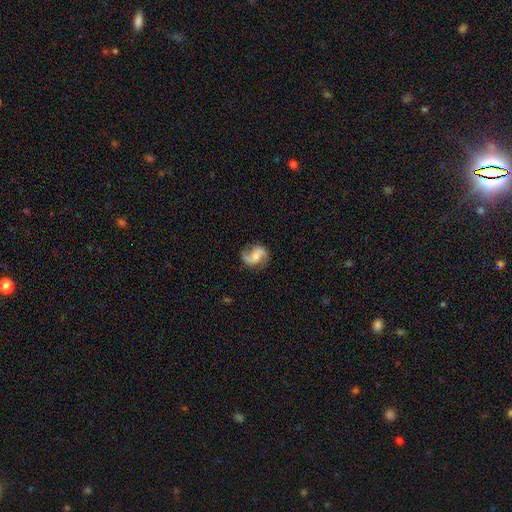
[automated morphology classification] featured or disk 86%, smooth 8%, star or artifact 6%. Down the decision tree: edge-on disk — no (98%); bar — no (51%); spiral arms — yes (97%); spiral arm count — 2 (92%); spiral winding — loose (50%); bulge size — small (35%); merging — none (79%).